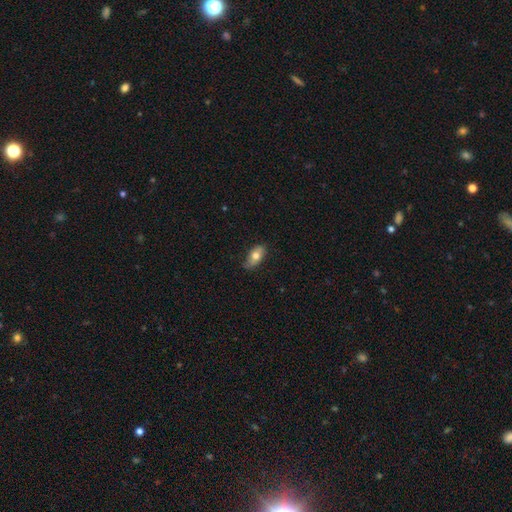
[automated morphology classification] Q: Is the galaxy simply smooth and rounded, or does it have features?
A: smooth — 69%.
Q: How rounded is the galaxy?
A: in between — 91%.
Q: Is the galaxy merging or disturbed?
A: none — 71%.